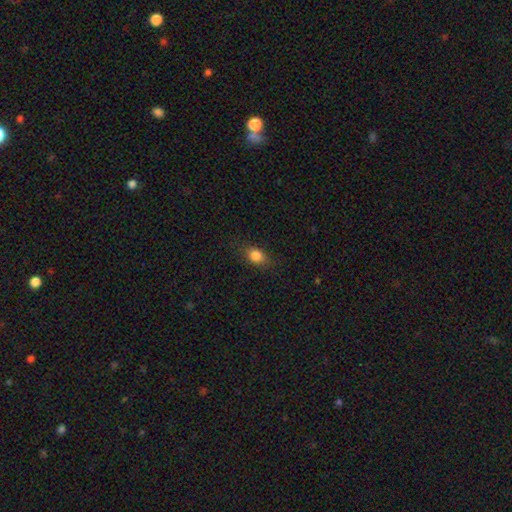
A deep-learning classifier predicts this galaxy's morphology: A smooth galaxy with no disk features (83%) that is in between round and cigar-shaped (63%). Merging: none (81%).